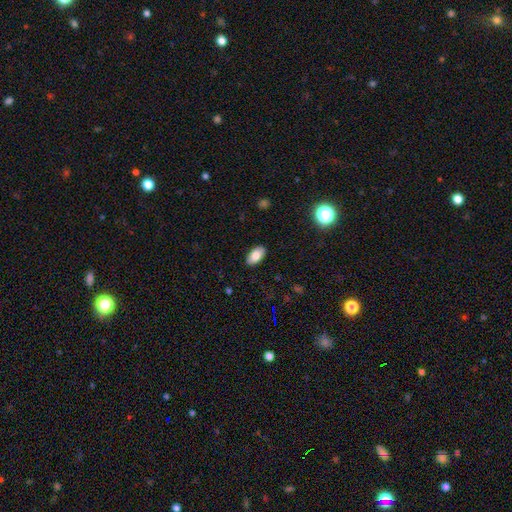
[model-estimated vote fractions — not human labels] Q: Smooth or featured?
A: smooth (81%); runner-up: featured or disk (11%)
Q: How rounded?
A: in between (94%); runner-up: round (3%)
Q: Merging?
A: none (88%); runner-up: minor disturbance (9%)